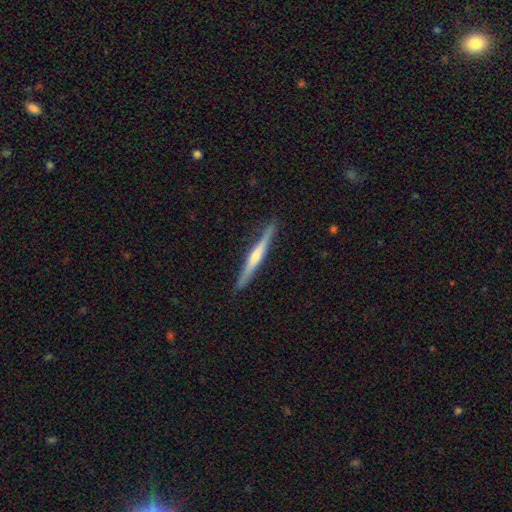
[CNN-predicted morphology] Overall: featured or disk (71%). Edge-on disk: yes (98%). Edge-on bulge: rounded (75%). Merging: none (91%).